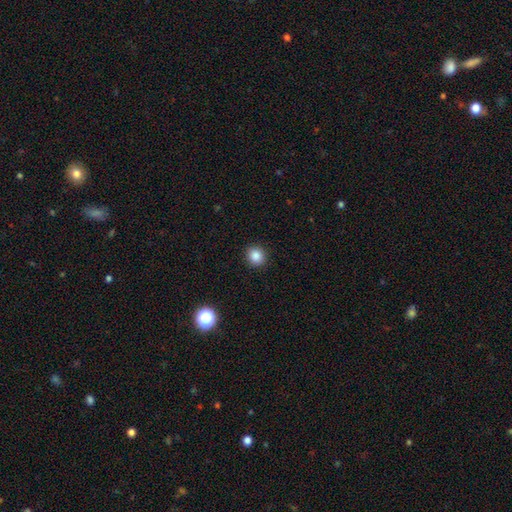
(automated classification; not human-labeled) Smooth or featured? smooth (85%)
How rounded? round (86%)
Merging? none (91%)